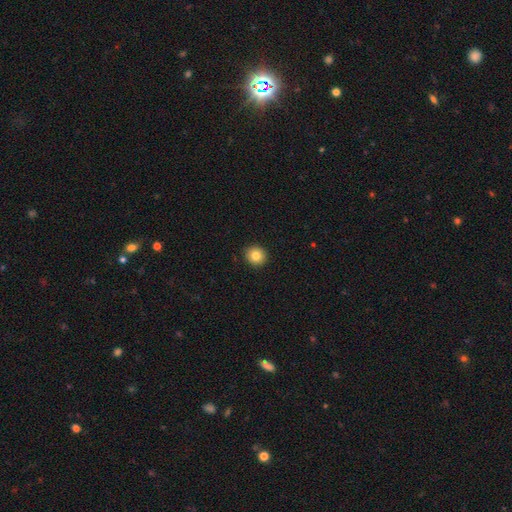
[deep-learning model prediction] Smooth or featured? Predicted: smooth (p=0.82). How rounded? Predicted: round (p=0.90). Merging? Predicted: none (p=0.92).